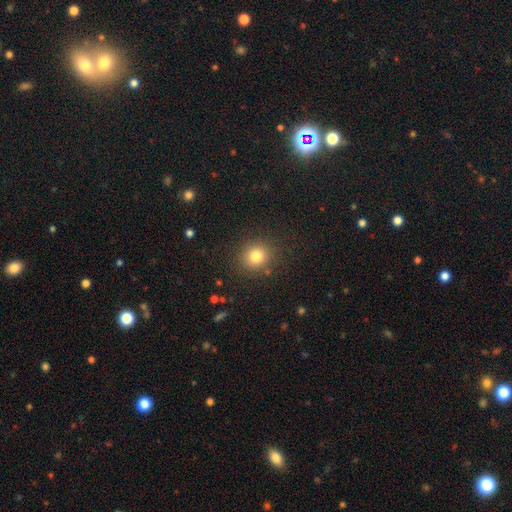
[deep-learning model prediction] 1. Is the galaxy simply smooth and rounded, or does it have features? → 80% smooth, 13% star or artifact, 7% featured or disk.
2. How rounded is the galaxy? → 85% round, 14% in between, 1% cigar-shaped.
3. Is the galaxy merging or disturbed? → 87% none, 8% minor disturbance, 3% major disturbance, 2% merger.